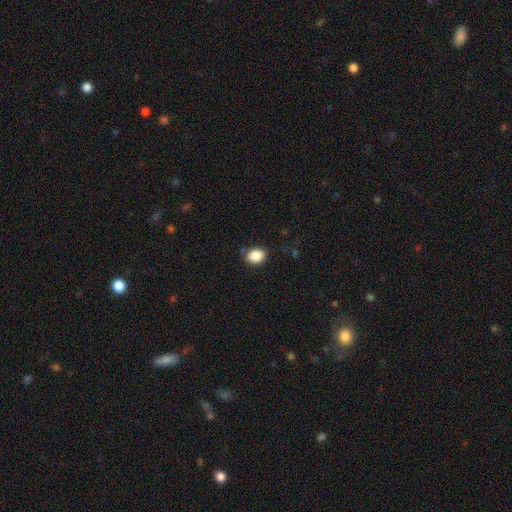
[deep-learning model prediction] Overall: smooth (87%). How rounded: in between (59%; round 40%). Merging: none (84%).